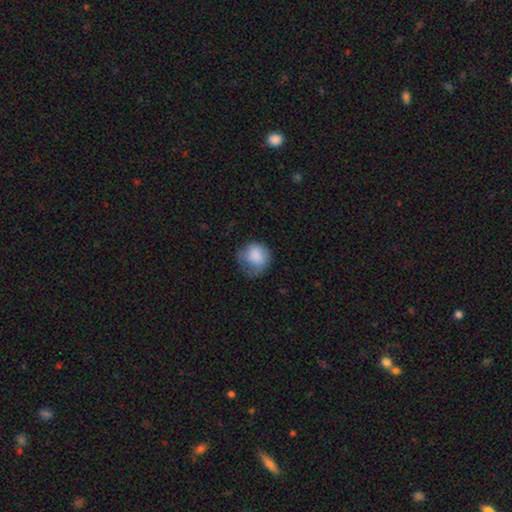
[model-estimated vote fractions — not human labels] A smooth galaxy with no disk features (81%) that is round (75%).

Vote fractions:
- Smooth or featured? smooth: 81% / featured or disk: 11% / star or artifact: 8%
- How rounded? round: 75% / in between: 24% / cigar-shaped: 1%
- Merging? none: 41% / minor disturbance: 35% / major disturbance: 23% / merger: 2%